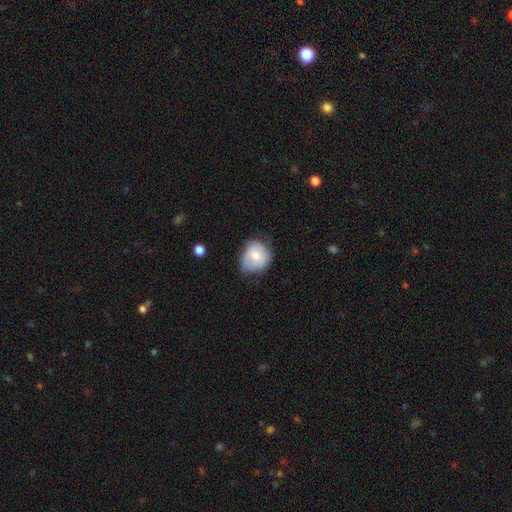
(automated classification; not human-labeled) A smooth galaxy with no disk features (65%) that is round (67%). Merging: none (51%).